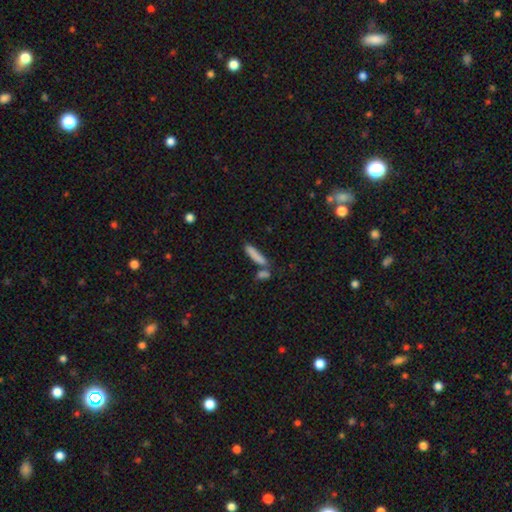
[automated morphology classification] Overall: smooth (81%). How rounded: cigar-shaped (80%). Merging: none (59%; merger 24%).